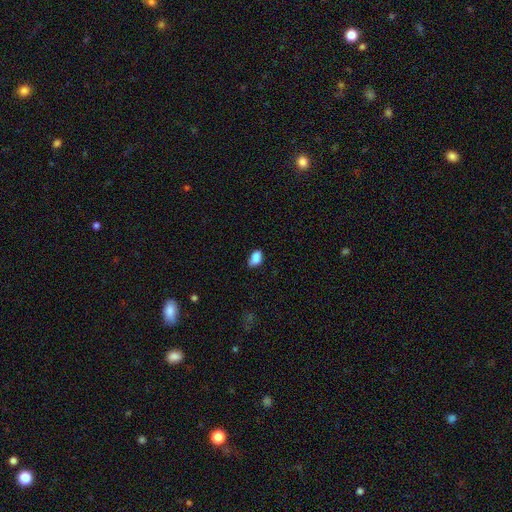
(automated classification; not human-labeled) This appears to be a smooth galaxy with no disk features (86%) that is in between round and cigar-shaped (89%). Merging: none (67%).